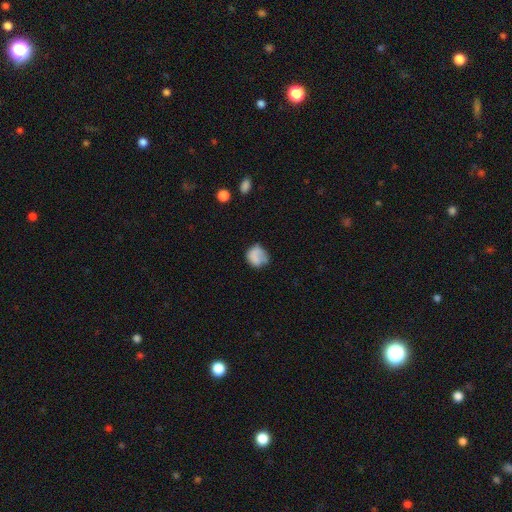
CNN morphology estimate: This is likely a smooth galaxy (74%). How rounded: likely round (76%). Merging: possibly none (53%).